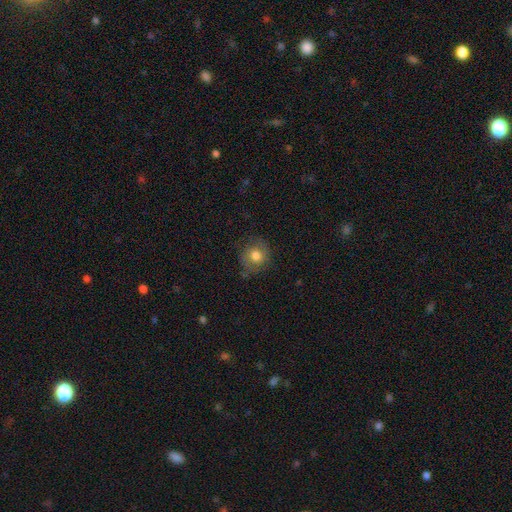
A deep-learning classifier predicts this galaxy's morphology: This is likely a smooth galaxy (72%). How rounded: likely round (78%). Merging: likely none (68%).